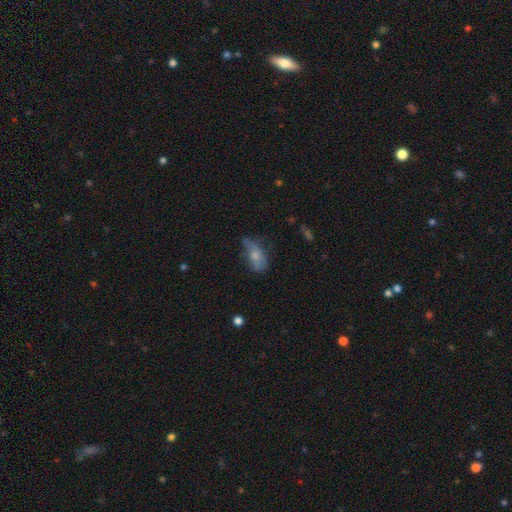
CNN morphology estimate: This appears to be a smooth galaxy with no disk features (63%) that is in between round and cigar-shaped (85%). Merging: none (43%).